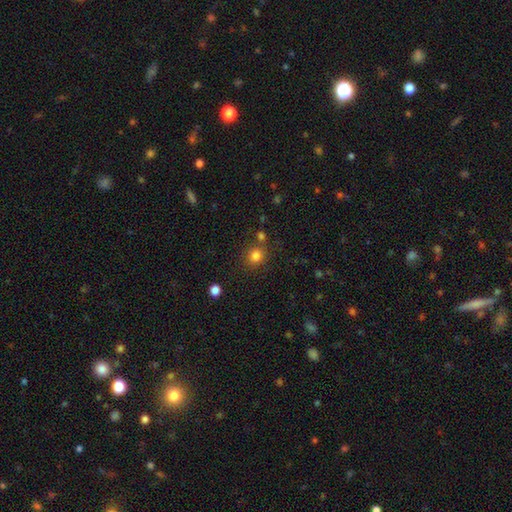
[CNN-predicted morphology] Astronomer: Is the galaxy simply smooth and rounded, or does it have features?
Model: smooth — 82%.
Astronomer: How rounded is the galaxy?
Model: round — 85%.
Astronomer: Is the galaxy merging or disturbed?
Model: none — 76%.